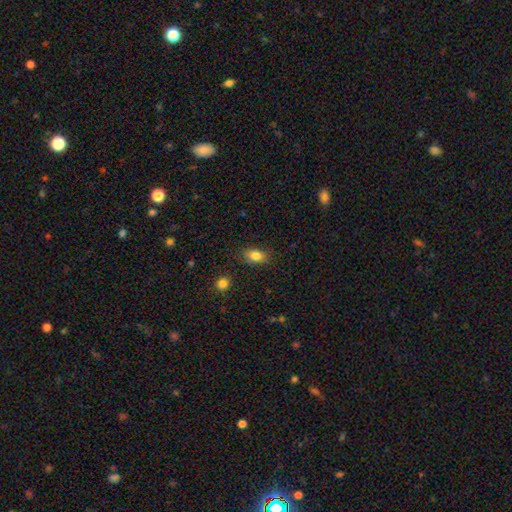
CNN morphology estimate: A smooth galaxy with no disk features (83%) that is in between round and cigar-shaped (85%).

Vote fractions:
- Smooth or featured? smooth: 83% / star or artifact: 9% / featured or disk: 8%
- How rounded? in between: 85% / round: 13% / cigar-shaped: 3%
- Merging? none: 84% / minor disturbance: 11% / major disturbance: 3% / merger: 2%